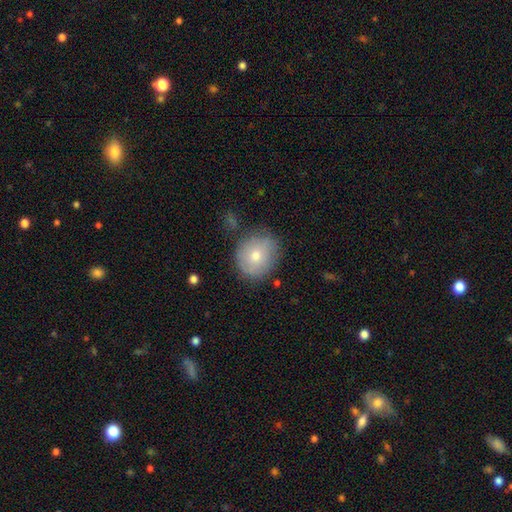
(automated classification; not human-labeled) Morphology: type=smooth (66%); roundness=round (78%); merging=none (74%).